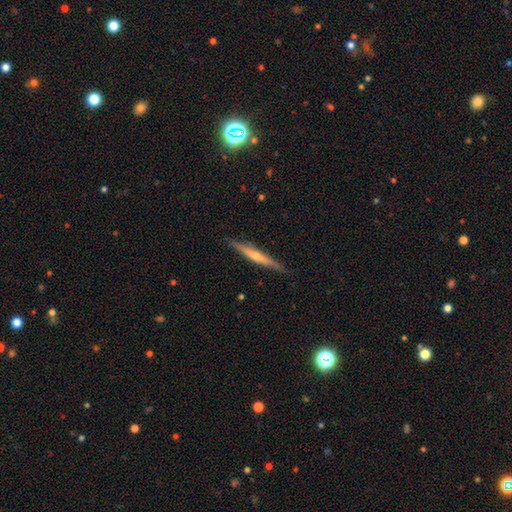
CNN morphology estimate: This is likely a featured or disk galaxy (68%). It is clearly viewed edge-on (97%). Edge-on bulge: likely rounded (70%). Merging: clearly none (90%).